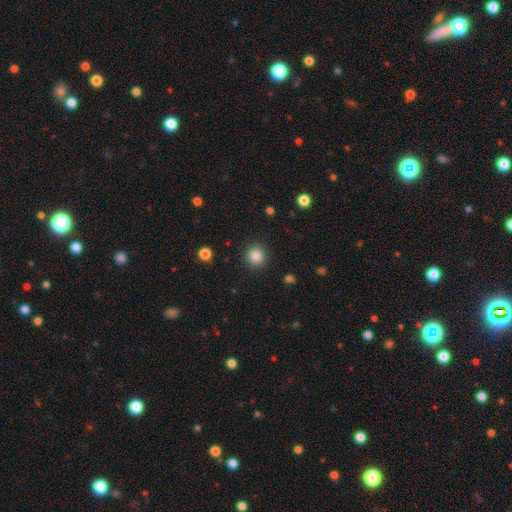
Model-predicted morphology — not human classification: Smooth or featured?
  - smooth: 85% *
  - star or artifact: 11%
  - featured or disk: 4%
How rounded?
  - round: 93% *
  - in between: 6%
  - cigar-shaped: 1%
Merging?
  - none: 91% *
  - minor disturbance: 6%
  - major disturbance: 2%
  - merger: 1%